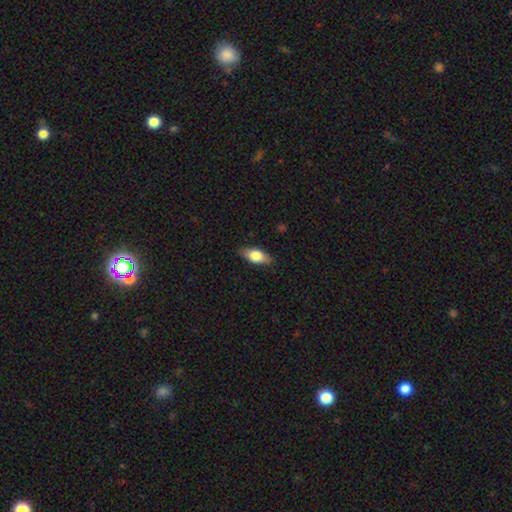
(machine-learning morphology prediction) Overall: smooth (69%). How rounded: in between (80%). Merging: none (85%).